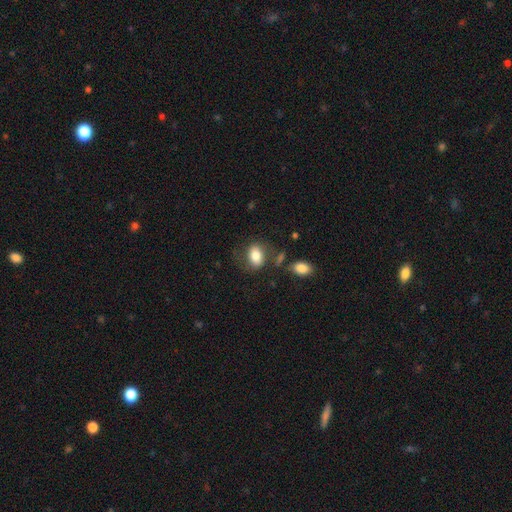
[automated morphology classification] Overall: smooth (79%). How rounded: in between (79%). Merging: none (66%).